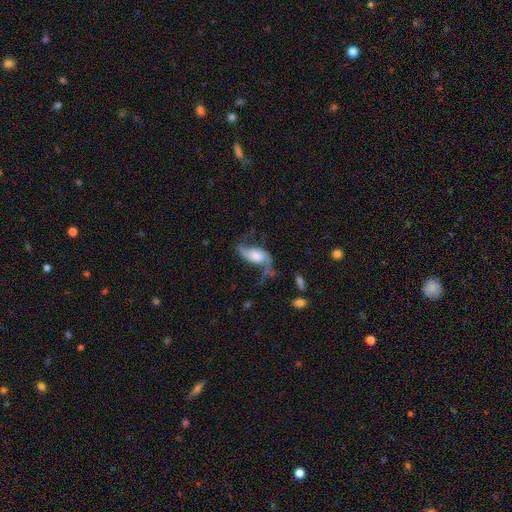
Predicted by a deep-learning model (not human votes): Overall: featured or disk (71%). Edge-on disk: no (93%). Bar: no (61%; weak 28%). Spiral arms: yes (91%). Spiral arm count: 2 (88%). Spiral winding: loose (83%). Bulge size: moderate (33%; small 28%). Merging: none (47%; major disturbance 24%).